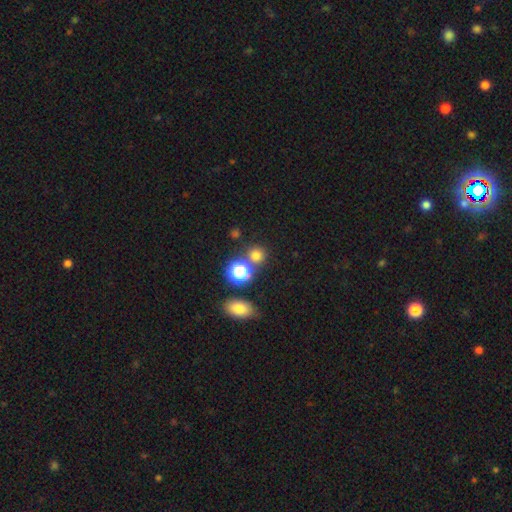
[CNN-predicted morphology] A smooth galaxy with no disk features (72%) that is round (87%).

Vote fractions:
- Smooth or featured? smooth: 72% / star or artifact: 22% / featured or disk: 6%
- How rounded? round: 87% / in between: 11% / cigar-shaped: 1%
- Merging? none: 73% / merger: 16% / minor disturbance: 8% / major disturbance: 3%